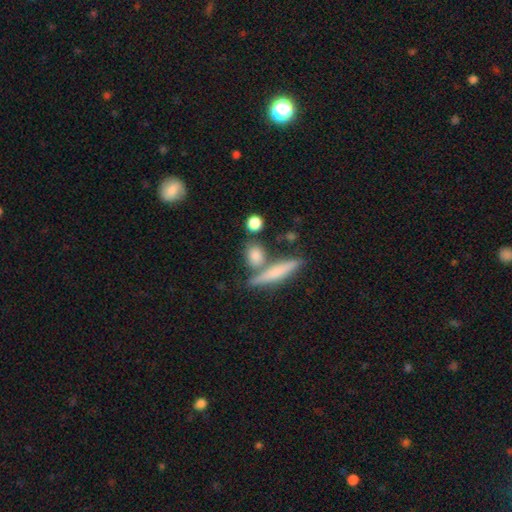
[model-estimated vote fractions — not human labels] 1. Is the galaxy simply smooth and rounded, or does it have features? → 76% smooth, 16% featured or disk, 8% star or artifact.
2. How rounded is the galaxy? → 43% round, 35% in between, 22% cigar-shaped.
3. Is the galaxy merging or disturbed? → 64% none, 19% merger, 12% minor disturbance, 5% major disturbance.